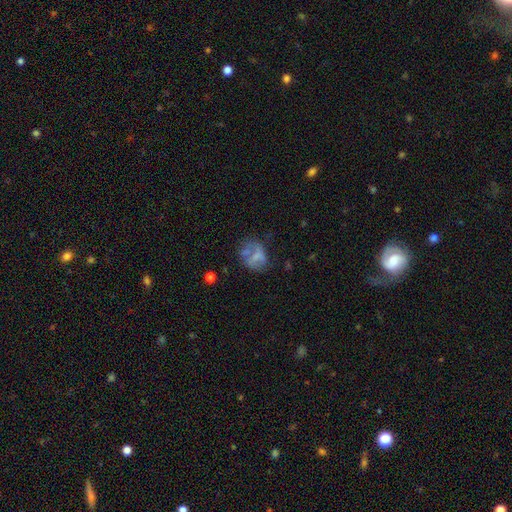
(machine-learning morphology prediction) smooth-or-featured: smooth: 47% | featured or disk: 41% | star or artifact: 12%
  merging: none: 38% | major disturbance: 25% | minor disturbance: 24% | merger: 13%